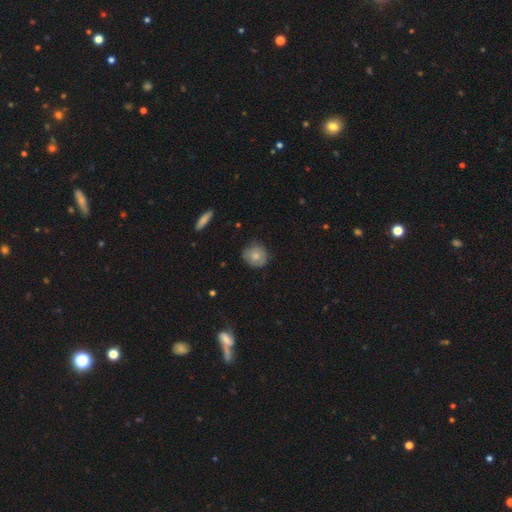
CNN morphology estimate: A smooth galaxy with no disk features (73%) that is round (83%). Merging: none (74%).